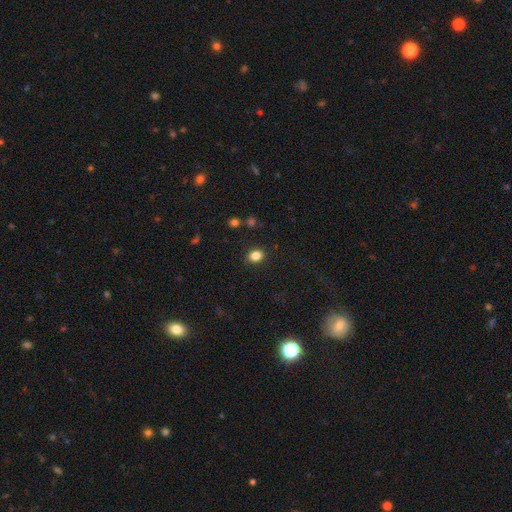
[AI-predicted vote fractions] A smooth galaxy with no disk features (84%) that is round (50%). Merging: none (87%).